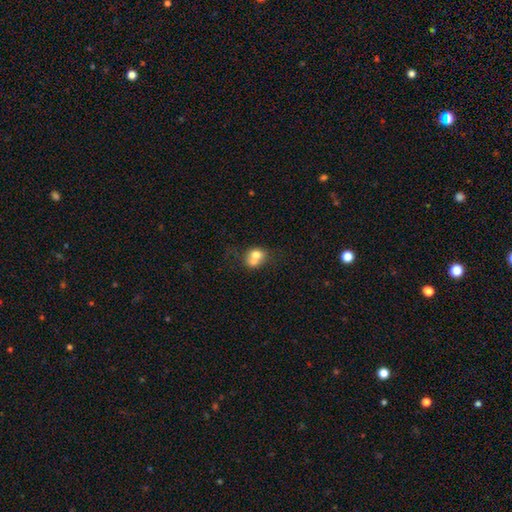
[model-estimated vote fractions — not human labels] Morphology: type=smooth (68%); roundness=round (63%); merging=merger (65%).